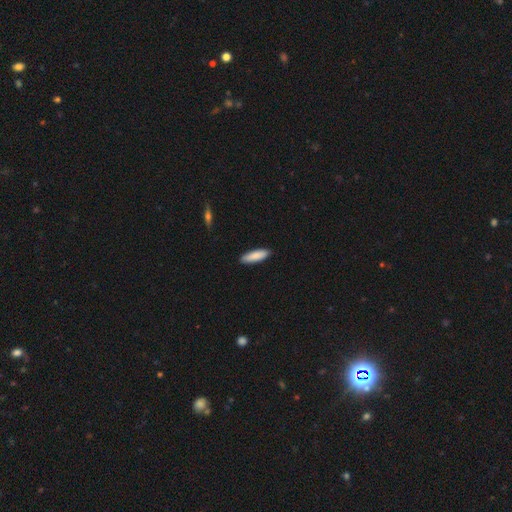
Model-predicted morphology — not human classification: The model was most divided on "how rounded": cigar-shaped: 57%, in between: 42%, round: 1%. More confident: merging — none (89%); smooth or featured — smooth (86%).